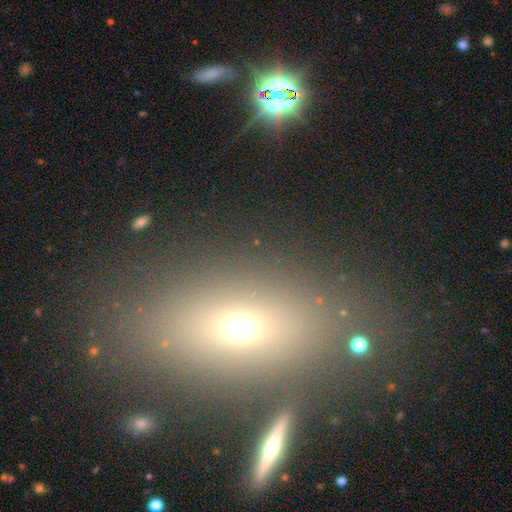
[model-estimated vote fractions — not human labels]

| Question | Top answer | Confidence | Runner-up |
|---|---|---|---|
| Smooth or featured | smooth | 59% | star or artifact (22%) |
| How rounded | in between | 73% | round (17%) |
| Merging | none | 77% | minor disturbance (10%) |